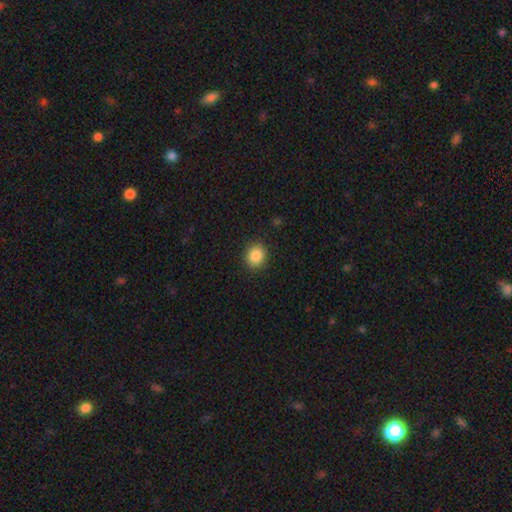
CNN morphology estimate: smooth_or_featured: smooth (p=0.86) [alt: star or artifact p=0.09]
how_rounded: round (p=0.74) [alt: in between p=0.26]
merging: none (p=0.90) [alt: minor disturbance p=0.07]